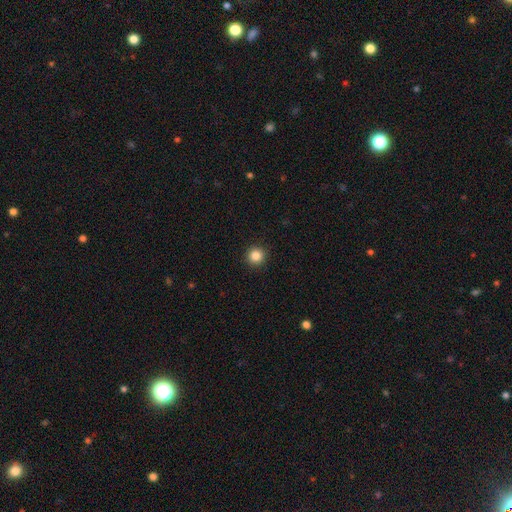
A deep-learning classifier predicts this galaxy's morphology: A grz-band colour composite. It shows a smooth galaxy with no disk features (85%) that is round (95%). Merging: none (93%).